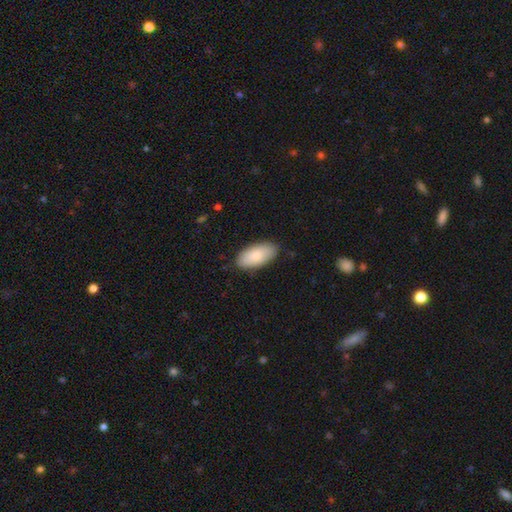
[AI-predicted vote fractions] Smooth or featured?
  - smooth: 85% *
  - featured or disk: 10%
  - star or artifact: 5%
How rounded?
  - in between: 93% *
  - cigar-shaped: 5%
  - round: 2%
Merging?
  - none: 85% *
  - minor disturbance: 12%
  - major disturbance: 2%
  - merger: 1%